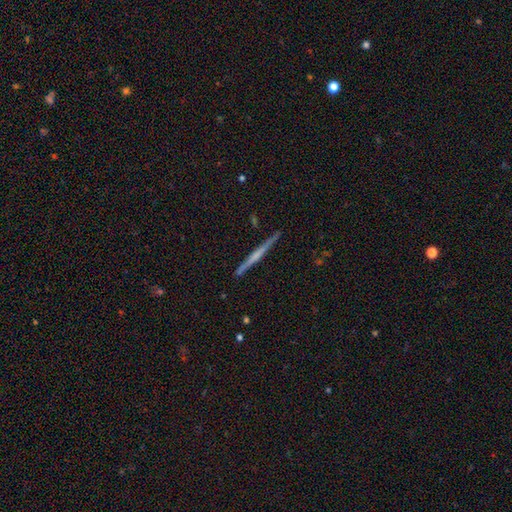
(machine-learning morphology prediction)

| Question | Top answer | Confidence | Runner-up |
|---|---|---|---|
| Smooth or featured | featured or disk | 67% | smooth (26%) |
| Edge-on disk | yes | 98% | no (2%) |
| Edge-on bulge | none | 54% | rounded (33%) |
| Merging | none | 91% | minor disturbance (6%) |